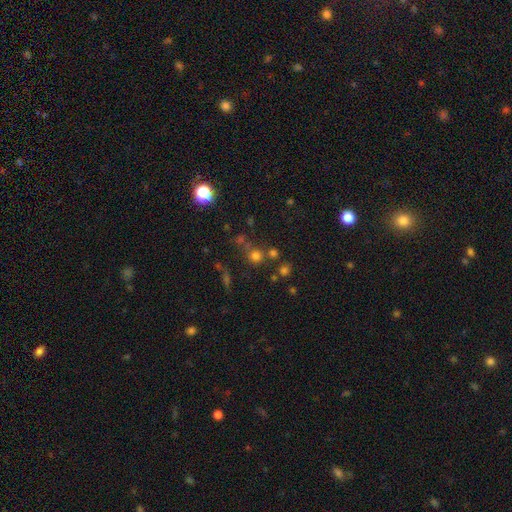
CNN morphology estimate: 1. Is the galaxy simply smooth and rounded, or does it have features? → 66% smooth, 24% star or artifact, 9% featured or disk.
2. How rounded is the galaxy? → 90% round, 9% in between, 1% cigar-shaped.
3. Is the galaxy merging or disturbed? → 65% none, 21% merger, 9% minor disturbance, 5% major disturbance.